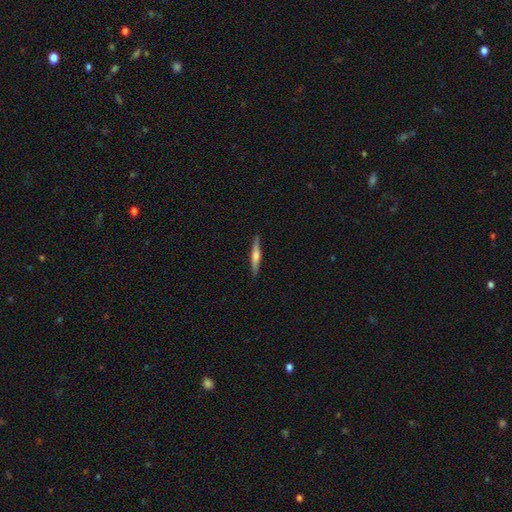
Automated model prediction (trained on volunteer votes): Q: Smooth or featured?
A: featured or disk (57%); runner-up: smooth (37%)
Q: Edge-on disk?
A: yes (97%); runner-up: no (3%)
Q: Edge-on bulge?
A: rounded (78%); runner-up: boxy (12%)
Q: Merging?
A: none (90%); runner-up: minor disturbance (7%)